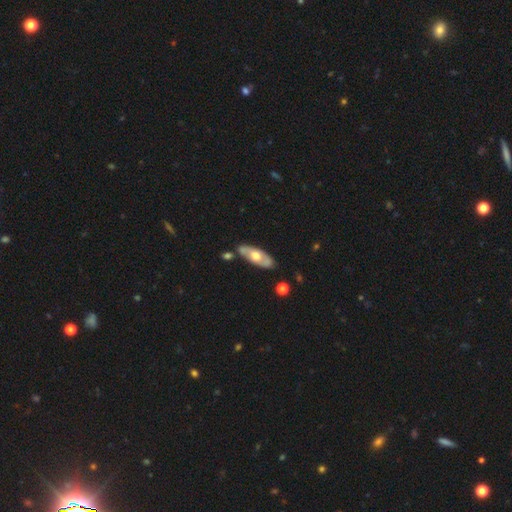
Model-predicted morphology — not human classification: Smooth or featured: featured or disk — 53% (smooth — 43%)
Edge-on disk: no — 71% (yes — 29%)
Merging: none — 73% (minor disturbance — 14%)